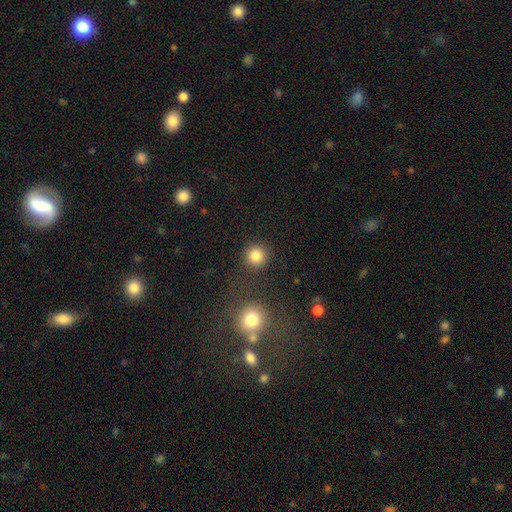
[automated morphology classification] Overall: smooth (84%). How rounded: round (94%). Merging: none (85%).